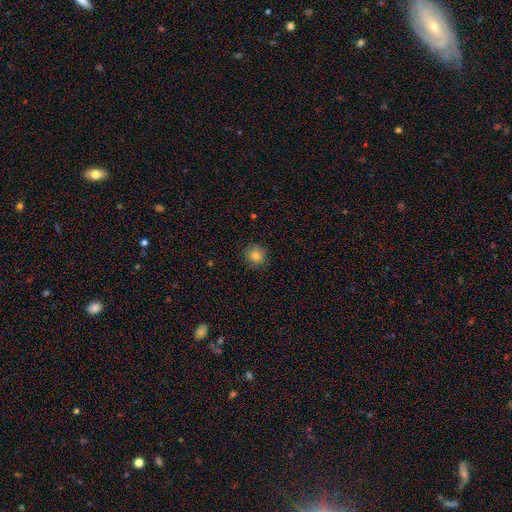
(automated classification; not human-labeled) Q: Smooth or featured?
A: smooth (81%); runner-up: star or artifact (11%)
Q: How rounded?
A: round (86%); runner-up: in between (13%)
Q: Merging?
A: none (84%); runner-up: minor disturbance (12%)